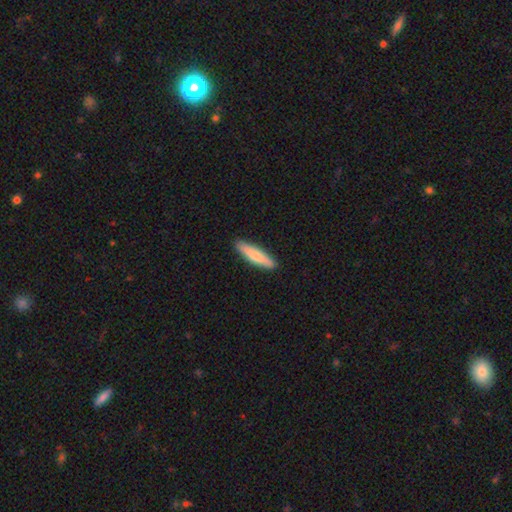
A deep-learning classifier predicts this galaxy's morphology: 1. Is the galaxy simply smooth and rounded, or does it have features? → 75% smooth, 20% featured or disk, 5% star or artifact.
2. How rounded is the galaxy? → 82% cigar-shaped, 16% in between, 1% round.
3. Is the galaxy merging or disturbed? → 90% none, 8% minor disturbance, 1% major disturbance, 1% merger.